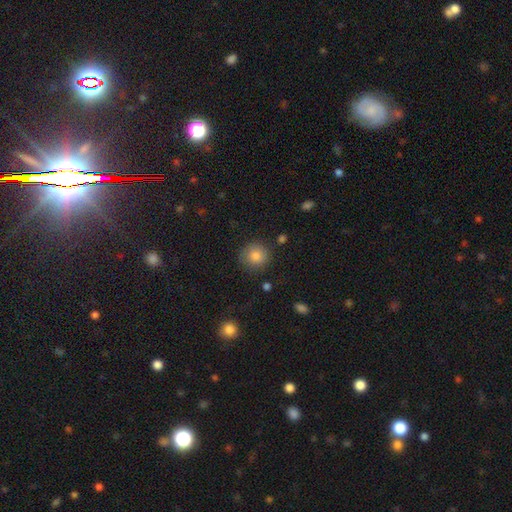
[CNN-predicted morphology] smooth_or_featured: smooth (p=0.83) [alt: star or artifact p=0.10]
how_rounded: round (p=0.92) [alt: in between p=0.07]
merging: none (p=0.85) [alt: minor disturbance p=0.10]